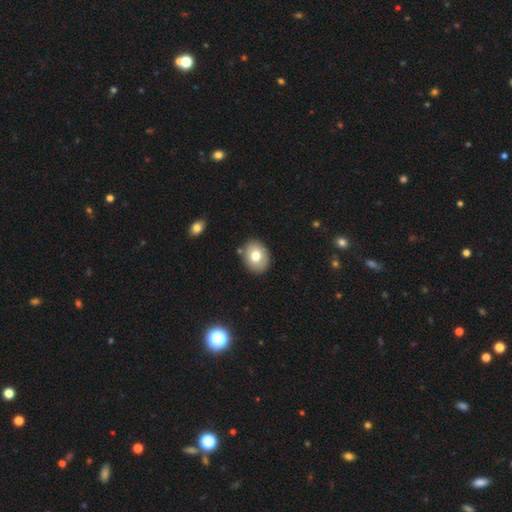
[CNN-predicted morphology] Smooth or featured? Predicted: smooth (p=0.75). How rounded? Predicted: in between (p=0.60). Merging? Predicted: none (p=0.85).